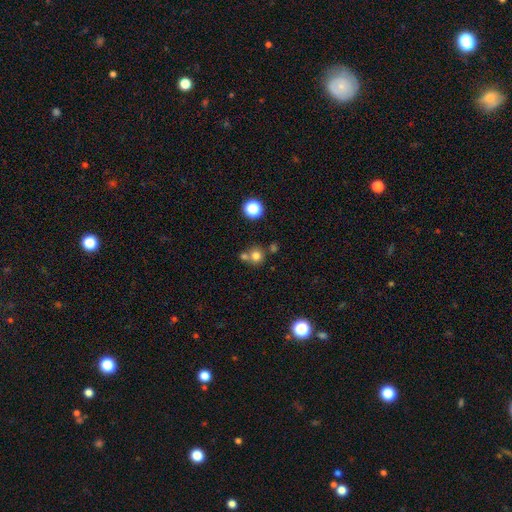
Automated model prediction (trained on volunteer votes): Smooth or featured? smooth (76%)
How rounded? round (89%)
Merging? none (58%)